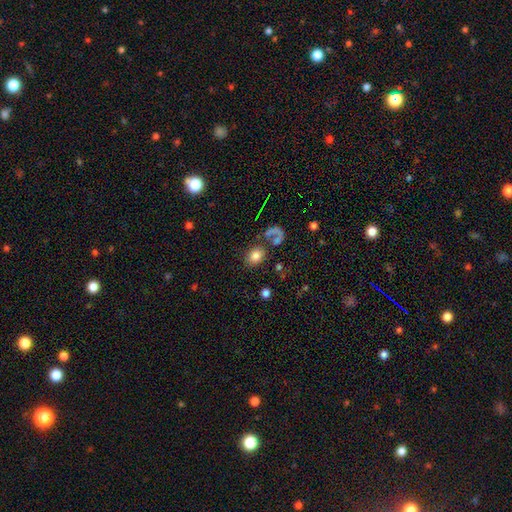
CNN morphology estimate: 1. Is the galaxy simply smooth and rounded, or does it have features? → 78% smooth, 12% featured or disk, 10% star or artifact.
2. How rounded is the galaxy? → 55% in between, 44% round, 1% cigar-shaped.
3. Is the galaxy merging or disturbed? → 65% none, 13% merger, 11% minor disturbance, 10% major disturbance.